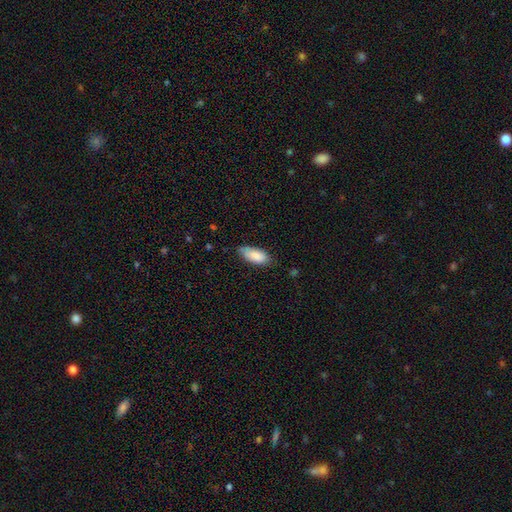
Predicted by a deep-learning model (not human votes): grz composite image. It shows a smooth galaxy with no disk features (85%) that is in between round and cigar-shaped (88%). Merging: none (68%).